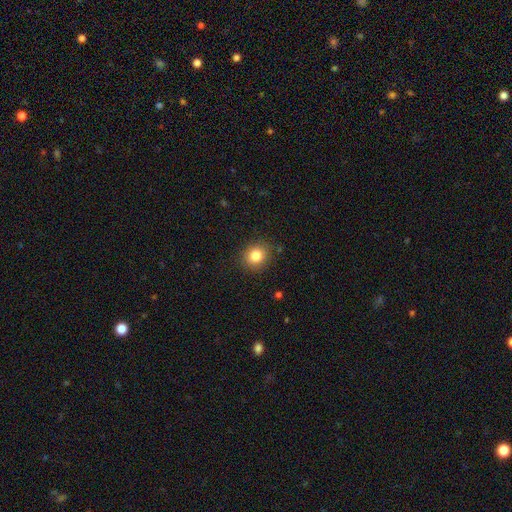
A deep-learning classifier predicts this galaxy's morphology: This appears to be a smooth galaxy with no disk features (83%) that is round (78%). Merging: none (88%).